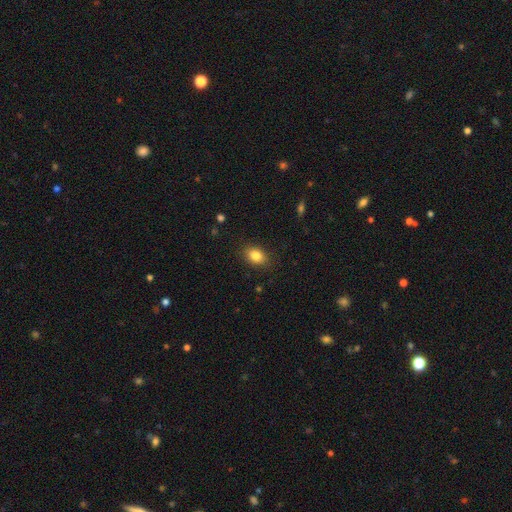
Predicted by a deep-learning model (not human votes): This is clearly a smooth galaxy (84%). How rounded: likely in between (78%). Merging: clearly none (86%).